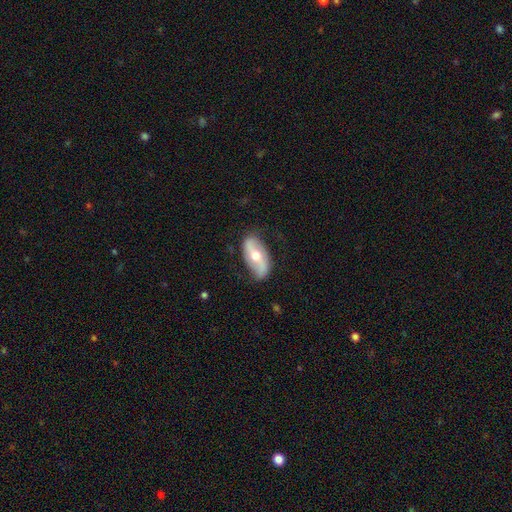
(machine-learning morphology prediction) Overall: featured or disk (65%; smooth 30%). Edge-on disk: no (88%). Bar: no (45%; weak 29%). Spiral arms: yes (78%). Bulge size: moderate (74%). Merging: none (78%).